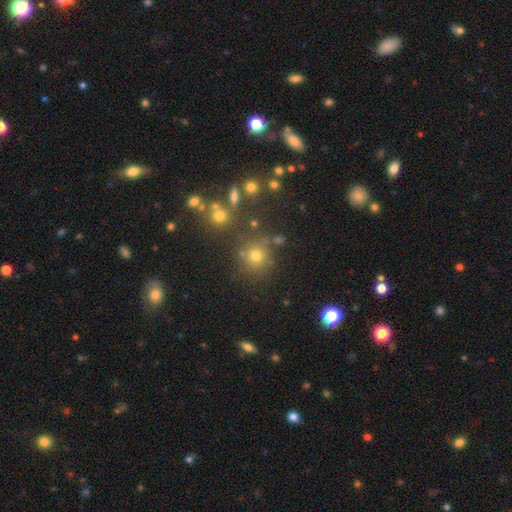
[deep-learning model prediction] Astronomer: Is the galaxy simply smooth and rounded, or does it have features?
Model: smooth — 67%.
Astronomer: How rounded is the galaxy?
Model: round — 90%.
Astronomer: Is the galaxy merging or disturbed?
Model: none — 76%.